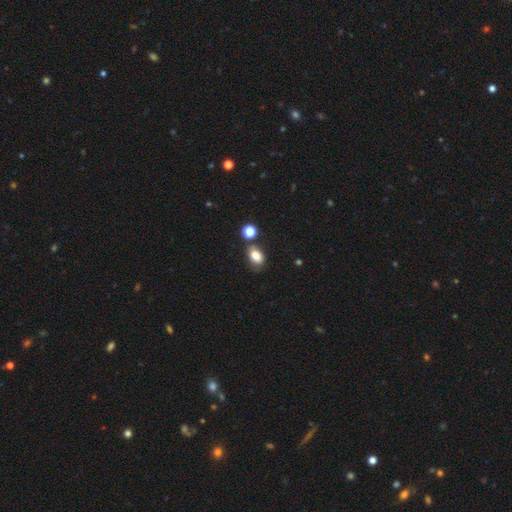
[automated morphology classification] Smooth or featured: smooth — 82% (star or artifact — 10%)
How rounded: in between — 82% (round — 16%)
Merging: none — 62% (minor disturbance — 20%)